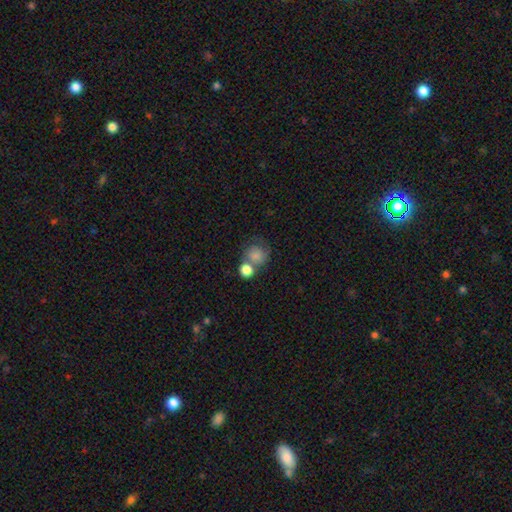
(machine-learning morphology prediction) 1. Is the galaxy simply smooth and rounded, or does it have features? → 76% smooth, 16% featured or disk, 9% star or artifact.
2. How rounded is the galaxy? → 80% round, 19% in between, 1% cigar-shaped.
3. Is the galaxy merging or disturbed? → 41% merger, 37% none, 13% minor disturbance, 9% major disturbance.